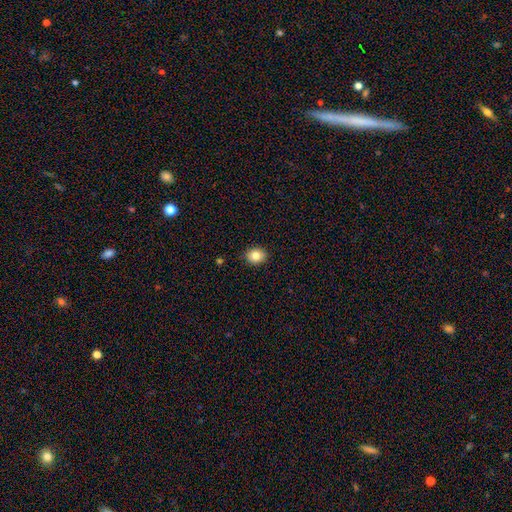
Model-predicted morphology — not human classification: Smooth or featured: smooth — 82% (star or artifact — 10%)
How rounded: round — 62% (in between — 37%)
Merging: none — 89% (minor disturbance — 8%)